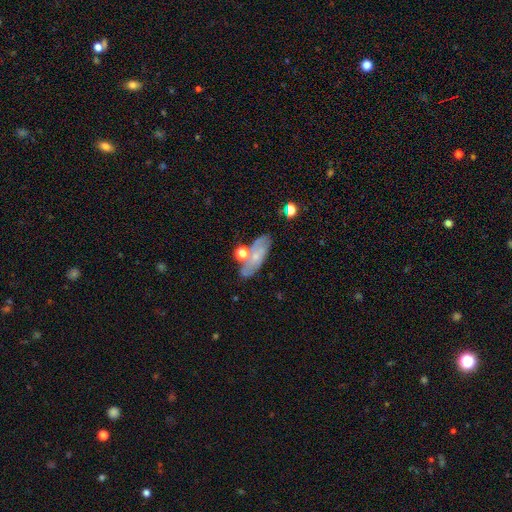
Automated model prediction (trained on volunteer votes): A smooth galaxy with no disk features (45%, tied with featured or disk). Merging: none (61%).